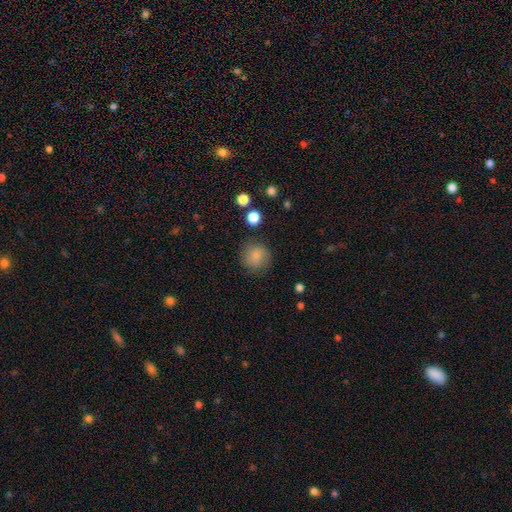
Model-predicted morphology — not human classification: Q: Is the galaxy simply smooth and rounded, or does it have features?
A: smooth — 83%.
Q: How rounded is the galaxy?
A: round — 90%.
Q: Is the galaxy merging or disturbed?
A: none — 82%.